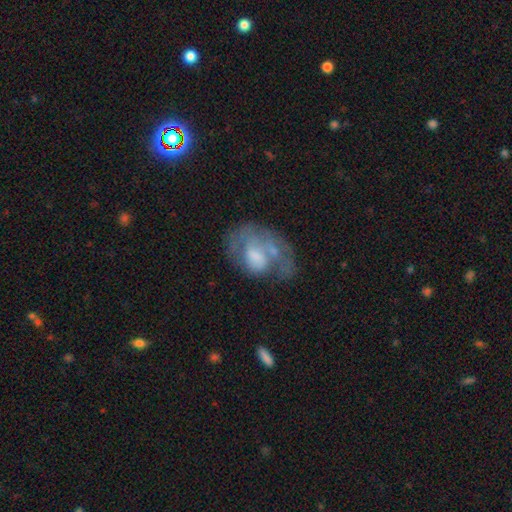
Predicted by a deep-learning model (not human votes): This appears to be a featured or disk galaxy (59%) with no bar (69%), spiral arms (53%) and a moderate central bulge (36%). Merging: none (35%).